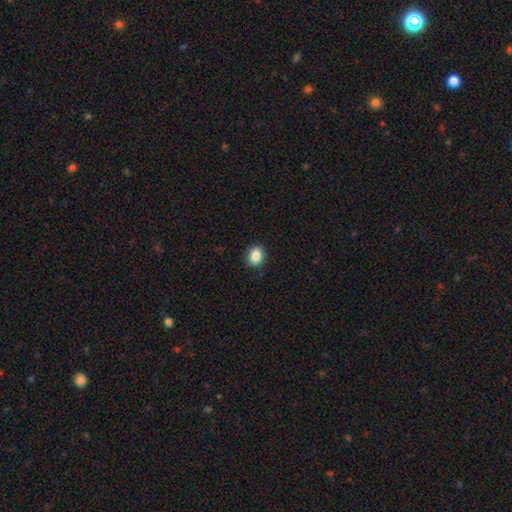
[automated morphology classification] smooth_or_featured: smooth (p=0.88) [alt: star or artifact p=0.09]
how_rounded: round (p=0.50) [alt: in between p=0.49]
merging: none (p=0.88) [alt: minor disturbance p=0.09]